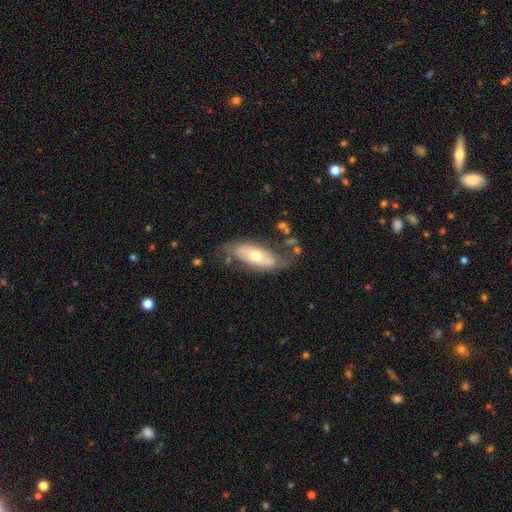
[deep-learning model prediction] smooth_or_featured: featured or disk (p=0.48) [alt: smooth p=0.46]
merging: none (p=0.54) [alt: minor disturbance p=0.26]